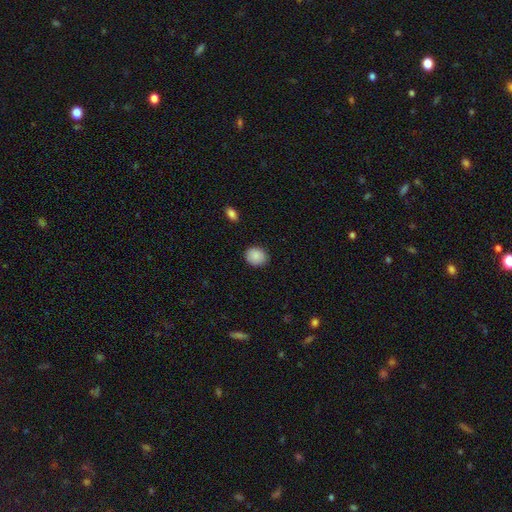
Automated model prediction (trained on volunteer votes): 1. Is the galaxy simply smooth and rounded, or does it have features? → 88% smooth, 8% star or artifact, 4% featured or disk.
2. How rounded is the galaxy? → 67% round, 32% in between, 1% cigar-shaped.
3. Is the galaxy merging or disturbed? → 87% none, 10% minor disturbance, 2% major disturbance, 1% merger.